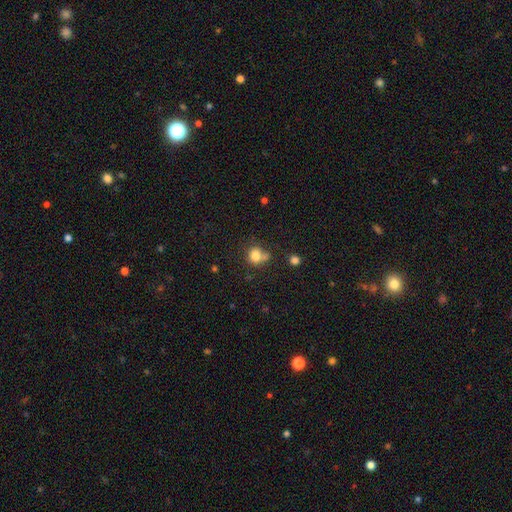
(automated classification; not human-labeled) A smooth galaxy with no disk features (80%) that is round (78%). Merging: none (53%).